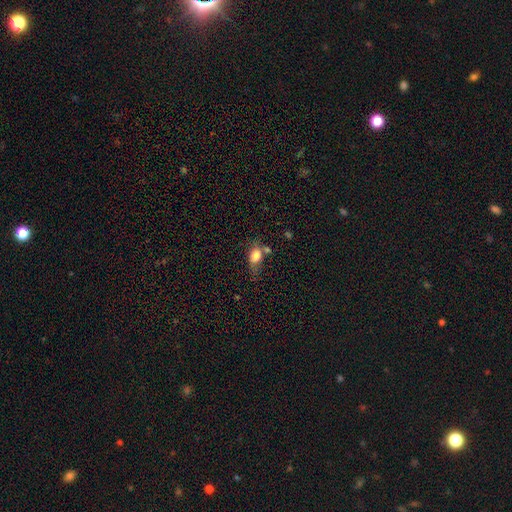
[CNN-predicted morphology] Overall: smooth (78%). How rounded: in between (76%). Merging: none (44%; minor disturbance 26%).